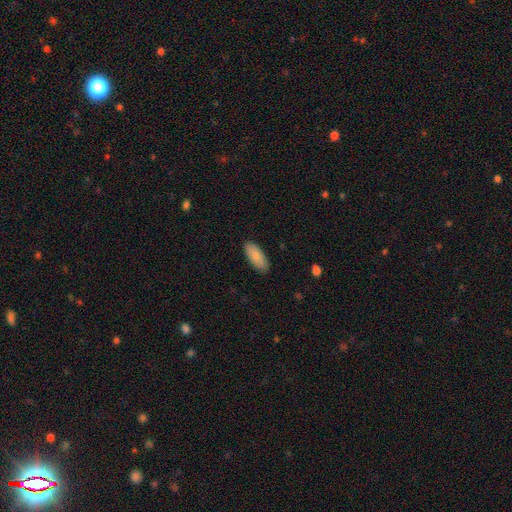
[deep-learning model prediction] Q: Smooth or featured?
A: smooth (84%); runner-up: featured or disk (11%)
Q: How rounded?
A: in between (85%); runner-up: cigar-shaped (13%)
Q: Merging?
A: none (88%); runner-up: minor disturbance (10%)